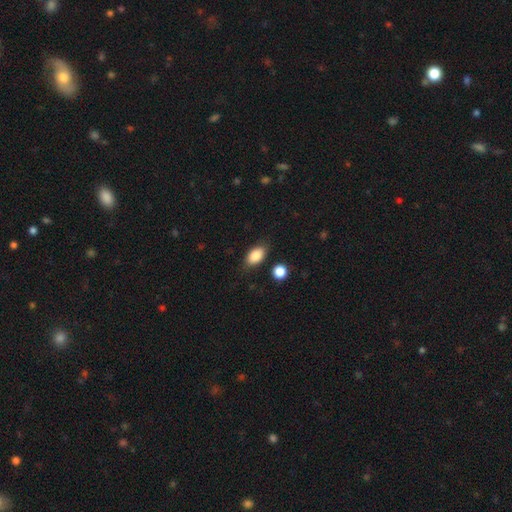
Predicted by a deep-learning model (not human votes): Q: Smooth or featured?
A: smooth (86%); runner-up: star or artifact (8%)
Q: How rounded?
A: in between (88%); runner-up: round (9%)
Q: Merging?
A: none (80%); runner-up: minor disturbance (13%)